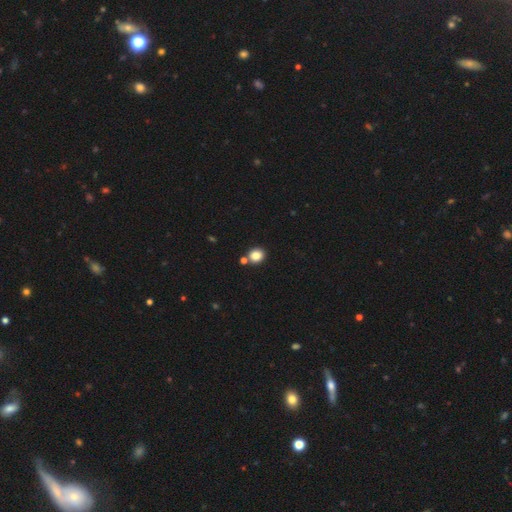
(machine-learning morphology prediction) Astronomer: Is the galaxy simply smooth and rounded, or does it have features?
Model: smooth — 84%.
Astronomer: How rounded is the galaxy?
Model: round — 75%.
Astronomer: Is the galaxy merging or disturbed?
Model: none — 74%.